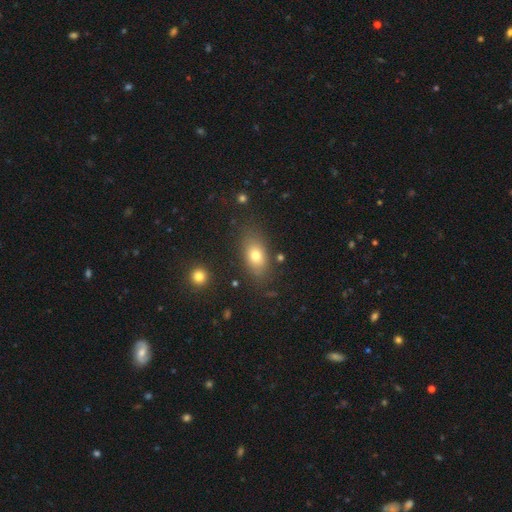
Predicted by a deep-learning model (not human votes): smooth_or_featured: smooth (p=0.75) [alt: featured or disk p=0.15]
how_rounded: in between (p=0.84) [alt: round p=0.12]
merging: none (p=0.78) [alt: minor disturbance p=0.14]